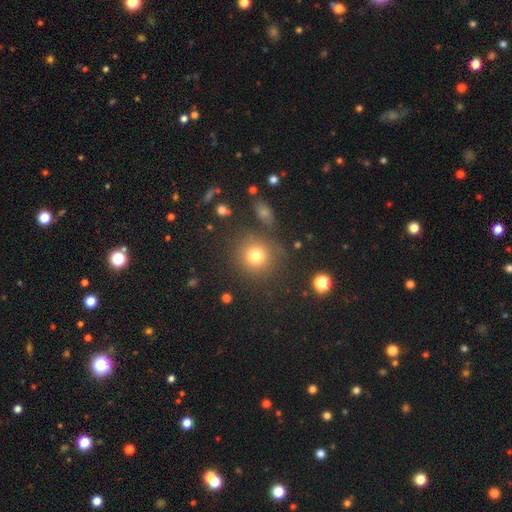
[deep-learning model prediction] This appears to be a smooth galaxy with no disk features (78%) that is round (90%). Merging: none (80%).